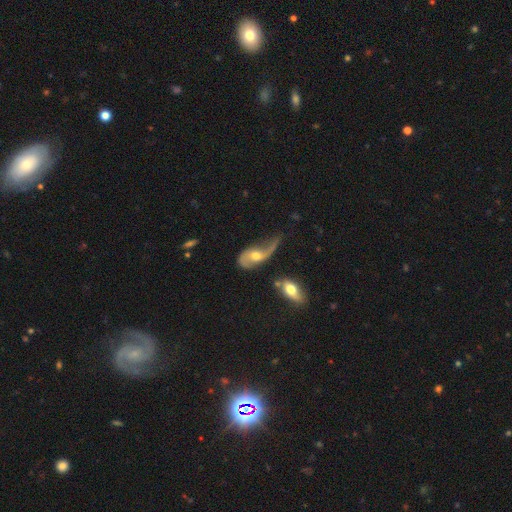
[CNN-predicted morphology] Q: Smooth or featured?
A: featured or disk (76%); runner-up: smooth (17%)
Q: Edge-on disk?
A: no (93%); runner-up: yes (7%)
Q: Bar?
A: no (60%); runner-up: weak (32%)
Q: Spiral arms?
A: yes (89%); runner-up: no (11%)
Q: Spiral winding?
A: loose (78%); runner-up: medium (17%)
Q: Spiral arm count?
A: 2 (72%); runner-up: 1 (21%)
Q: Bulge size?
A: moderate (63%); runner-up: small (24%)
Q: Merging?
A: none (33%); runner-up: major disturbance (32%)